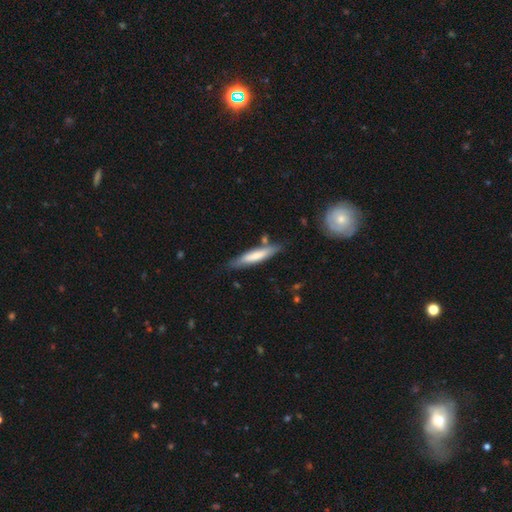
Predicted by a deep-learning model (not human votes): This is likely a smooth galaxy (67%). How rounded: clearly cigar-shaped (86%). Merging: likely none (76%).